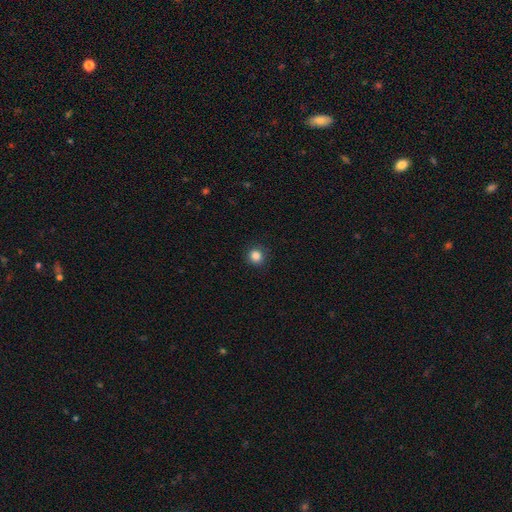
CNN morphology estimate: smooth_or_featured: smooth (p=0.85) [alt: star or artifact p=0.11]
how_rounded: round (p=0.91) [alt: in between p=0.08]
merging: none (p=0.90) [alt: minor disturbance p=0.07]